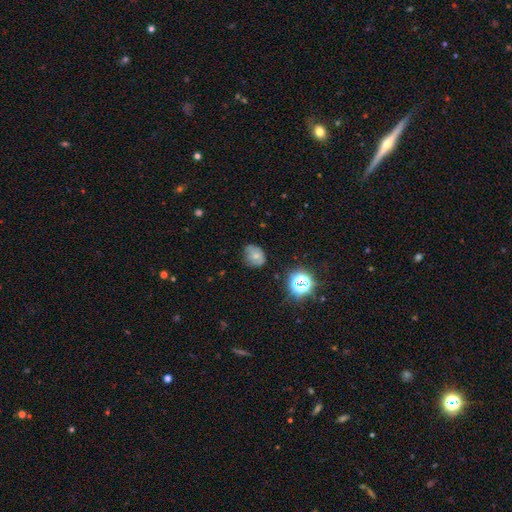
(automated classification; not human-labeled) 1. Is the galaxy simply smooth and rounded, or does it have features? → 62% smooth, 21% featured or disk, 17% star or artifact.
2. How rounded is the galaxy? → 56% in between, 43% round, 1% cigar-shaped.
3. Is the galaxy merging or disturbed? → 56% none, 32% minor disturbance, 9% major disturbance, 3% merger.